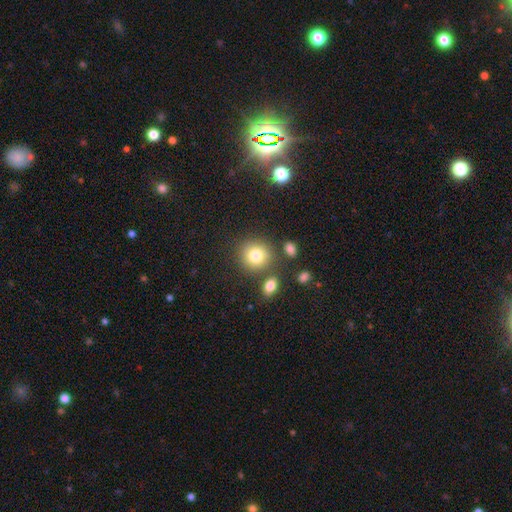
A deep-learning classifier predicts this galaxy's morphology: This appears to be a smooth galaxy with no disk features (80%) that is round (85%). Merging: none (76%).